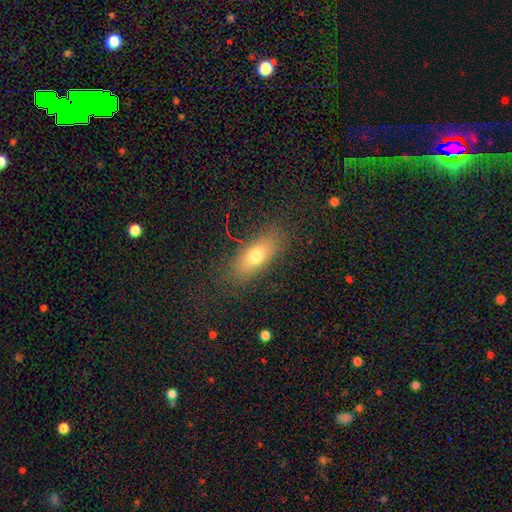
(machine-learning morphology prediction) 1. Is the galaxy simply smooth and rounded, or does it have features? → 71% smooth, 20% featured or disk, 9% star or artifact.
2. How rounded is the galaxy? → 75% in between, 19% cigar-shaped, 5% round.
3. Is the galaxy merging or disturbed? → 81% none, 12% minor disturbance, 5% major disturbance, 1% merger.